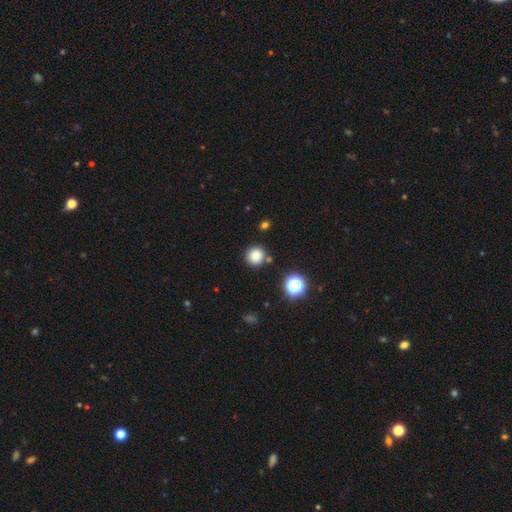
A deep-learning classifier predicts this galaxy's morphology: smooth_or_featured: smooth (p=0.83) [alt: star or artifact p=0.13]
how_rounded: round (p=0.92) [alt: in between p=0.07]
merging: none (p=0.82) [alt: minor disturbance p=0.09]